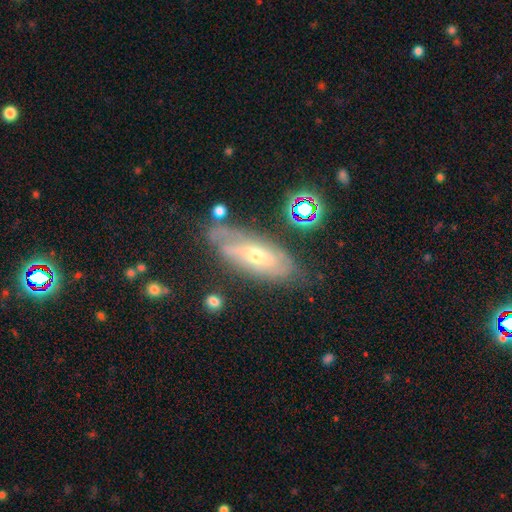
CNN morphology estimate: The model was most divided on "bulge size": moderate: 54%, small: 42%, large: 2%, none: 1%, dominant: 1%. More confident: spiral arms — yes (78%); edge-on disk — no (75%); smooth or featured — featured or disk (70%); merging — none (67%); bar — no (53%).